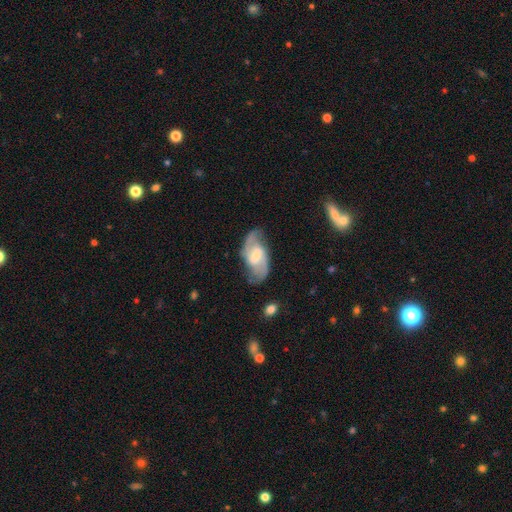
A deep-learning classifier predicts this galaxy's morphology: type=featured or disk (82%); edge-on=no (96%); bar=weak (57%); spiral arms=yes (95%); winding=medium (53%); arm count=2 (89%); bulge=moderate (45%); merging=none (74%).